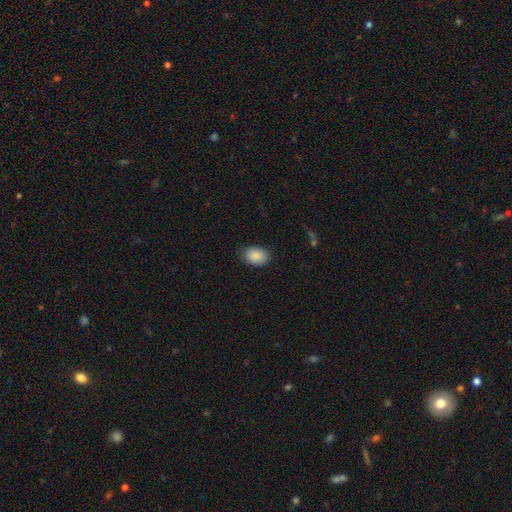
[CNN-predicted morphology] This appears to be a smooth galaxy with no disk features (89%) that is in between round and cigar-shaped (73%). Merging: none (85%).